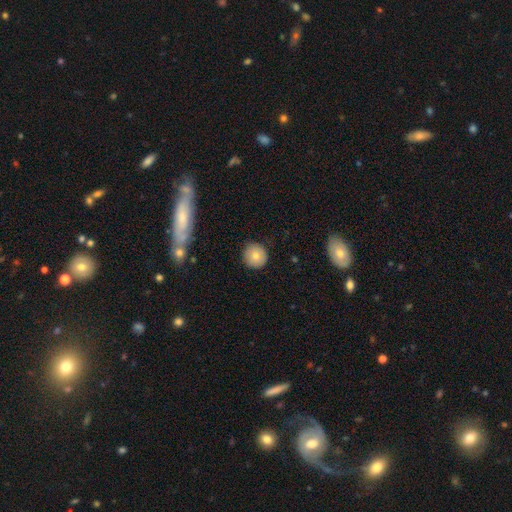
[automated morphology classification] Smooth or featured? smooth (78%)
How rounded? round (94%)
Merging? none (89%)